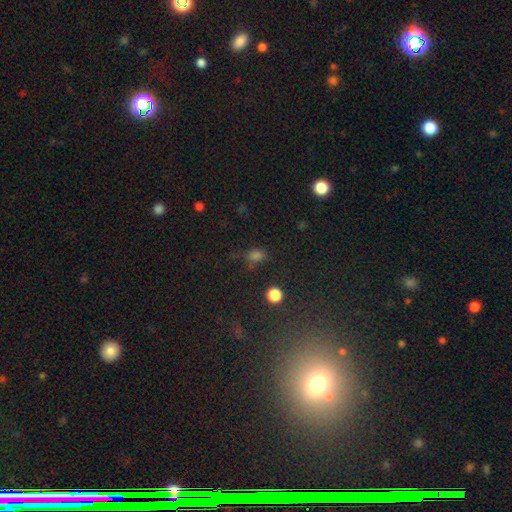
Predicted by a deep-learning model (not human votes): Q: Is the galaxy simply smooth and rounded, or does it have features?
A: smooth — 66%.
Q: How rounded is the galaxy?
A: in between — 61%.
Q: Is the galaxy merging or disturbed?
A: none — 63%.